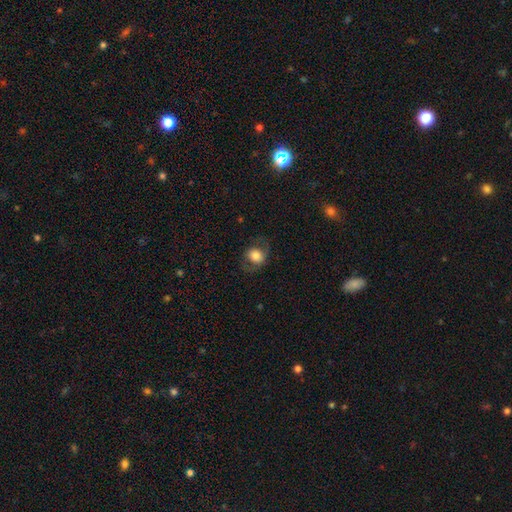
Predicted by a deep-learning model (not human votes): Q: Smooth or featured?
A: smooth (67%); runner-up: featured or disk (25%)
Q: How rounded?
A: round (64%); runner-up: in between (35%)
Q: Merging?
A: none (71%); runner-up: minor disturbance (16%)